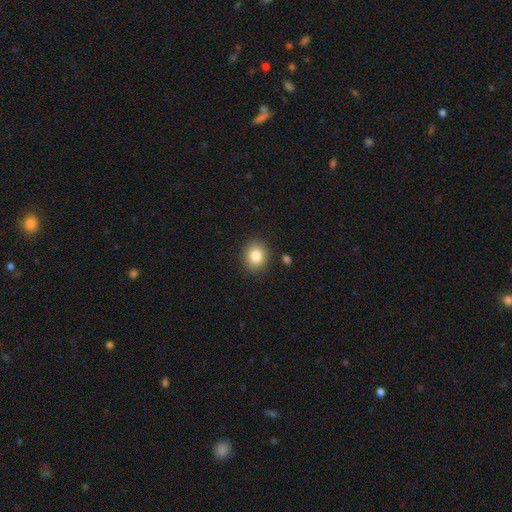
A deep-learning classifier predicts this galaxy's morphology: smooth-or-featured: smooth: 84% | star or artifact: 10% | featured or disk: 7%
  how-rounded: round: 67% | in between: 32% | cigar-shaped: 1%
  merging: none: 87% | minor disturbance: 8% | major disturbance: 2% | merger: 2%